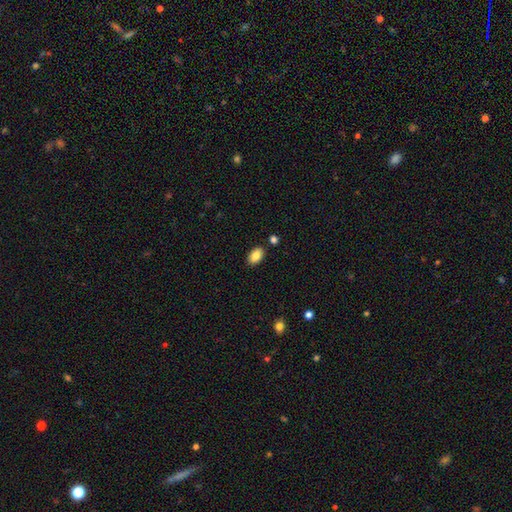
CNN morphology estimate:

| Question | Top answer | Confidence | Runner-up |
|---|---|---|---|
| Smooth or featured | smooth | 86% | star or artifact (8%) |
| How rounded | in between | 91% | round (8%) |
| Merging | none | 86% | minor disturbance (9%) |